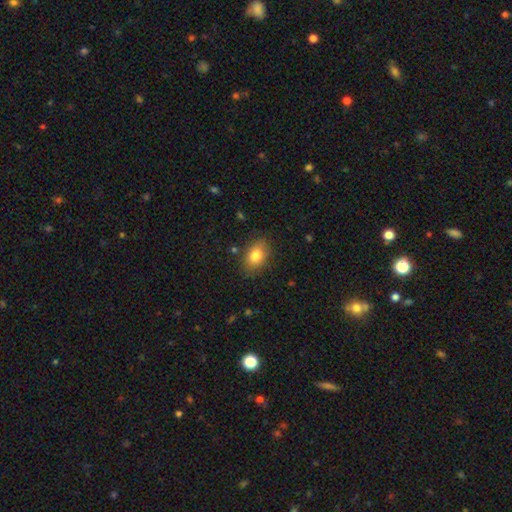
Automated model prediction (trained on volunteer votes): A smooth galaxy with no disk features (82%) that is in between round and cigar-shaped (83%).

Vote fractions:
- Smooth or featured? smooth: 82% / featured or disk: 10% / star or artifact: 8%
- How rounded? in between: 83% / round: 15% / cigar-shaped: 2%
- Merging? none: 83% / minor disturbance: 12% / major disturbance: 3% / merger: 2%